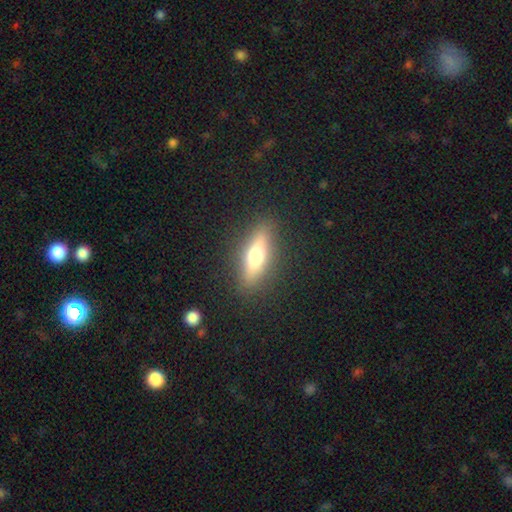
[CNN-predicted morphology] Smooth or featured? Predicted: smooth (p=0.53). How rounded? Predicted: cigar-shaped (p=0.51). Merging? Predicted: none (p=0.88).